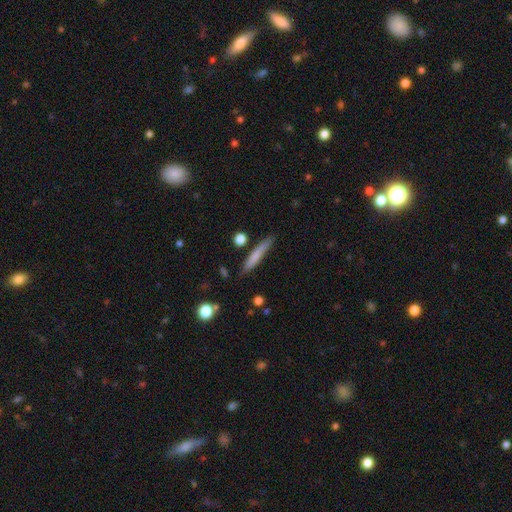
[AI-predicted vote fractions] Overall: smooth (72%). How rounded: cigar-shaped (94%). Merging: none (82%).